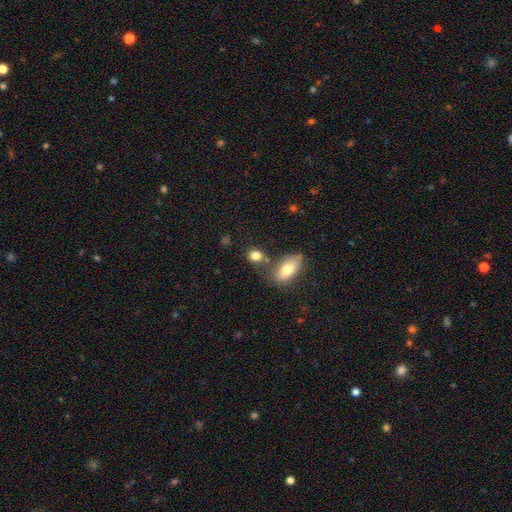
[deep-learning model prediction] Morphology: type=smooth (82%); roundness=round (54%); merging=none (64%).